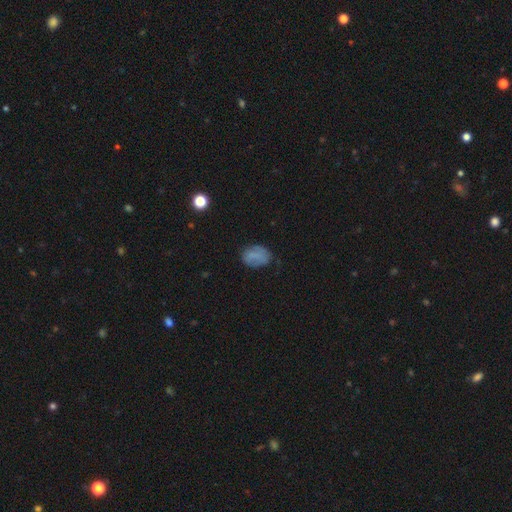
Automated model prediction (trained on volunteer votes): smooth-or-featured: smooth: 73% | featured or disk: 17% | star or artifact: 11%
  how-rounded: in between: 74% | round: 25% | cigar-shaped: 1%
  merging: none: 63% | minor disturbance: 27% | major disturbance: 9% | merger: 2%